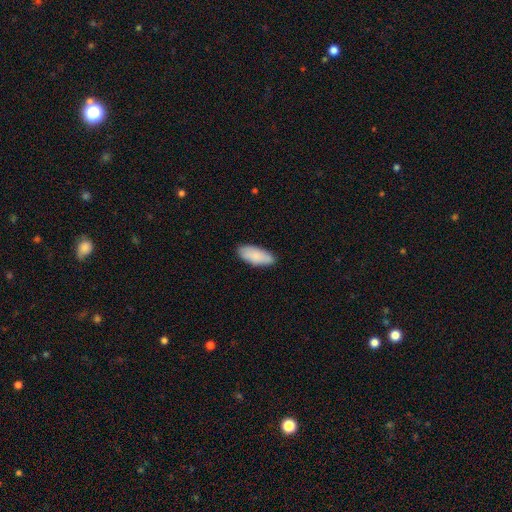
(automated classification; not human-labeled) Q: Smooth or featured?
A: smooth (87%); runner-up: featured or disk (7%)
Q: How rounded?
A: in between (82%); runner-up: cigar-shaped (16%)
Q: Merging?
A: none (85%); runner-up: minor disturbance (12%)